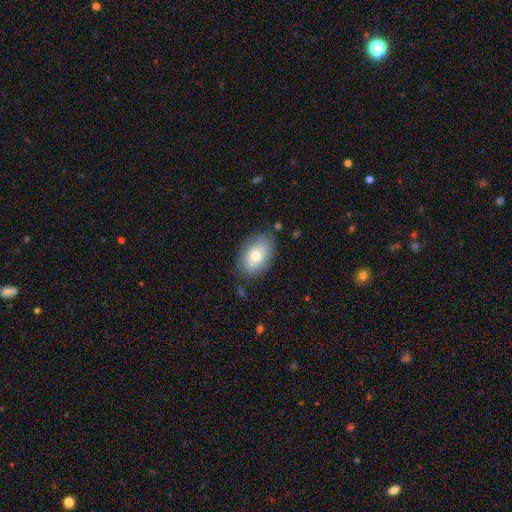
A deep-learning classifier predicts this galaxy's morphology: A smooth galaxy with no disk features (73%) that is in between round and cigar-shaped (87%).

Vote fractions:
- Smooth or featured? smooth: 73% / featured or disk: 19% / star or artifact: 8%
- How rounded? in between: 87% / round: 12% / cigar-shaped: 1%
- Merging? none: 78% / minor disturbance: 16% / major disturbance: 4% / merger: 2%